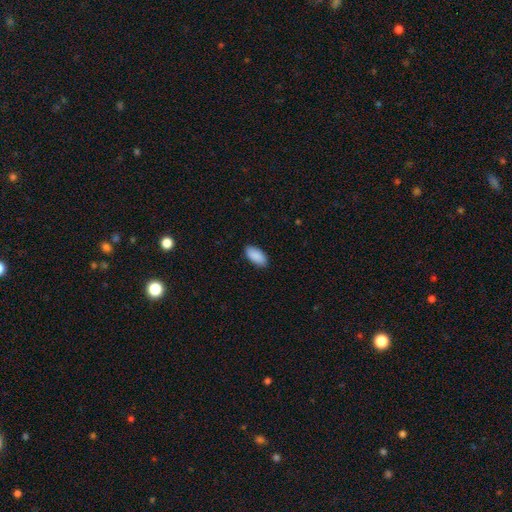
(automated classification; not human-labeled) The model was most divided on "merging": none: 88%, minor disturbance: 9%, major disturbance: 2%, merger: 1%. More confident: how rounded — in between (94%); smooth or featured — smooth (91%).